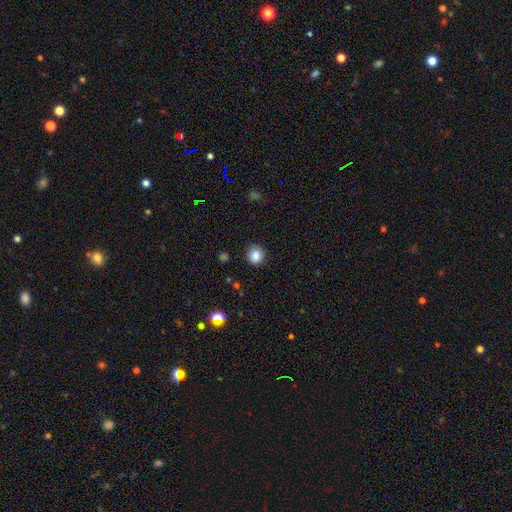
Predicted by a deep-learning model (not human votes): smooth 86%, star or artifact 10%, featured or disk 4%. Down the decision tree: how rounded — round (89%); merging — none (89%).